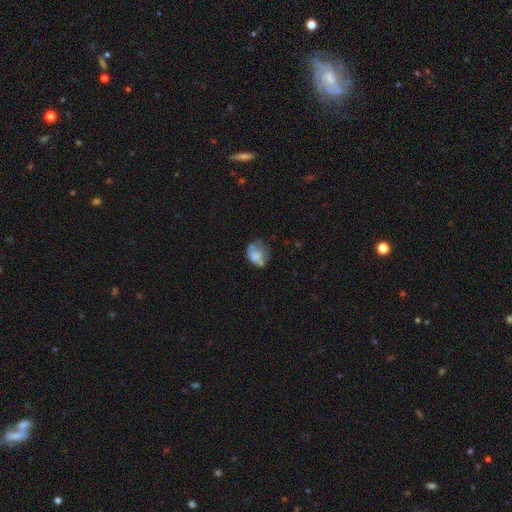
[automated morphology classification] smooth 60%, featured or disk 29%, star or artifact 11%. Down the decision tree: how rounded — round (54%); merging — none (36%).